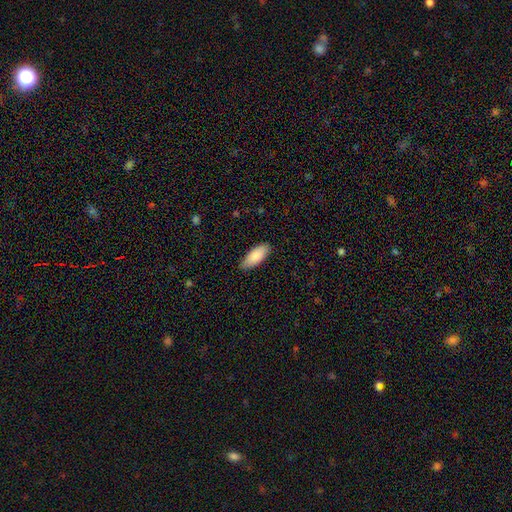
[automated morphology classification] Smooth or featured: smooth — 87% (featured or disk — 7%)
How rounded: in between — 83% (cigar-shaped — 15%)
Merging: none — 86% (minor disturbance — 12%)